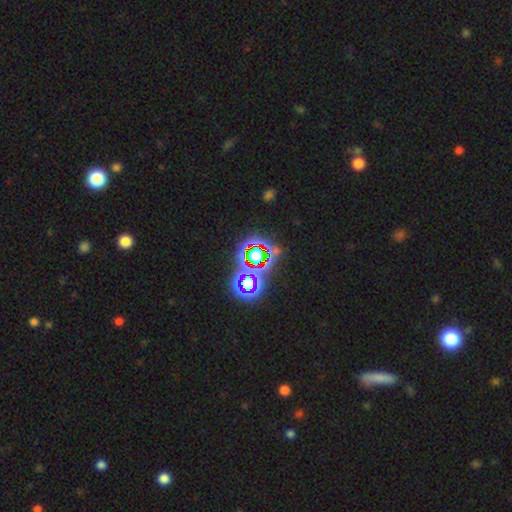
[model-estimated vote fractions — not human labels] Smooth or featured: star or artifact — 71% (smooth — 15%)